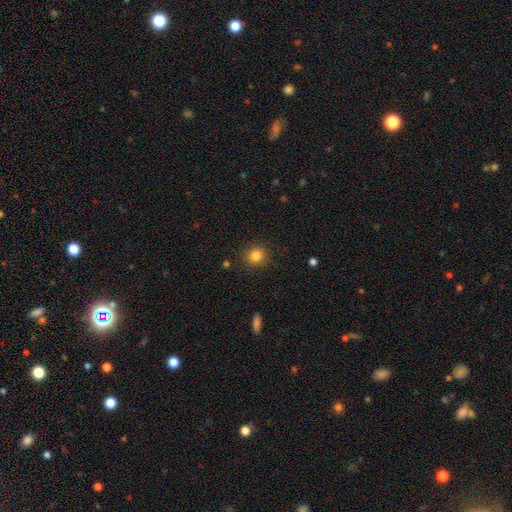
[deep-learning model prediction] Smooth or featured: smooth — 83% (star or artifact — 12%)
How rounded: round — 86% (in between — 13%)
Merging: none — 89% (minor disturbance — 8%)